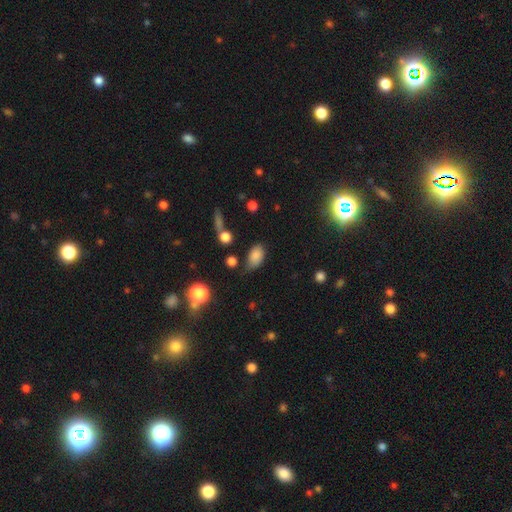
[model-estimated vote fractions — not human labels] Q: Smooth or featured?
A: smooth (83%); runner-up: star or artifact (10%)
Q: How rounded?
A: in between (89%); runner-up: round (9%)
Q: Merging?
A: none (59%); runner-up: minor disturbance (28%)